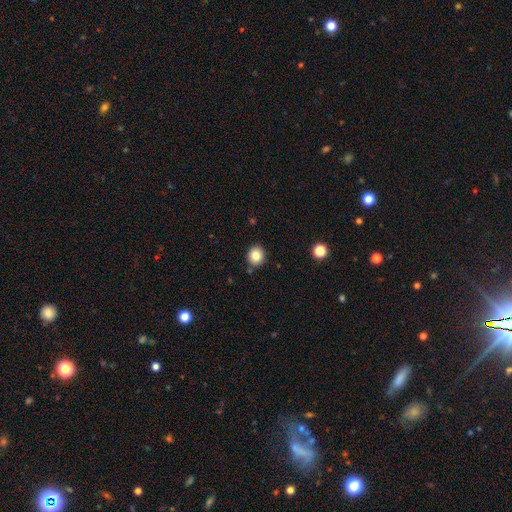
This appears to be a smooth galaxy with no disk features (82%) that is round (94%). Merging: none (86%).